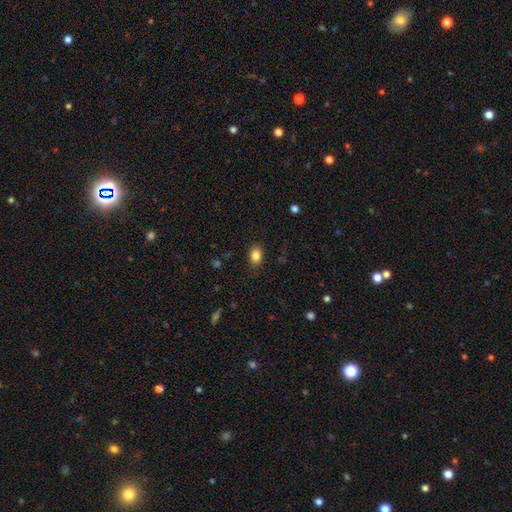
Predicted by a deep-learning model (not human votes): The model was most divided on "how rounded": in between: 77%, round: 22%, cigar-shaped: 1%. More confident: smooth or featured — smooth (84%); merging — none (84%).